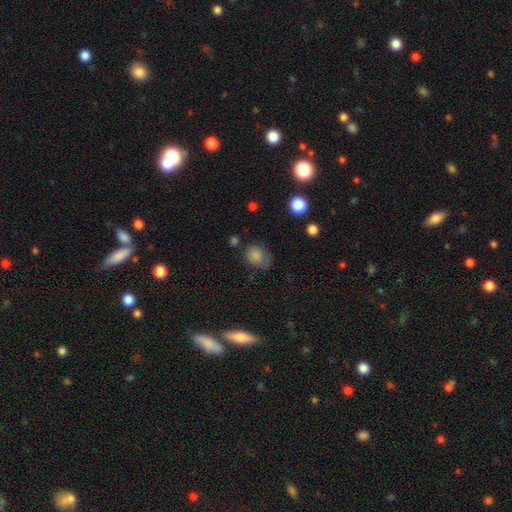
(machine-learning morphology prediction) smooth 80%, star or artifact 11%, featured or disk 9%. Down the decision tree: how rounded — round (52%); merging — none (47%).